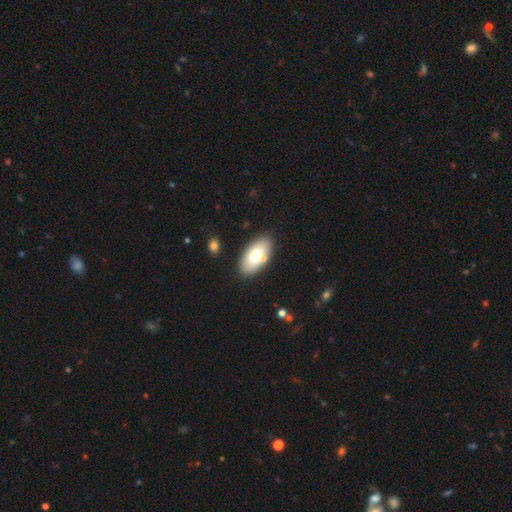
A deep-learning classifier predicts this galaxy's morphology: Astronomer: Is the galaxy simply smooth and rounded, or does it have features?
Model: smooth — 69%.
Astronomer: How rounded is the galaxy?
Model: in between — 93%.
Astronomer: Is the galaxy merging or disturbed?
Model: none — 79%.